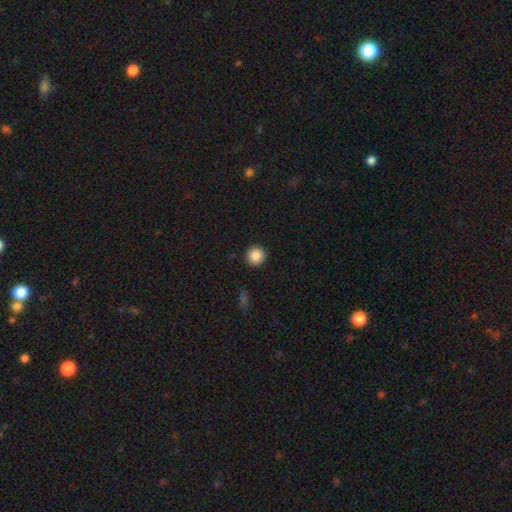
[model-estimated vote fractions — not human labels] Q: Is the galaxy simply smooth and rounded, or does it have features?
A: smooth — 87%.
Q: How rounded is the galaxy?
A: round — 94%.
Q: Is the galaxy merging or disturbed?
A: none — 92%.